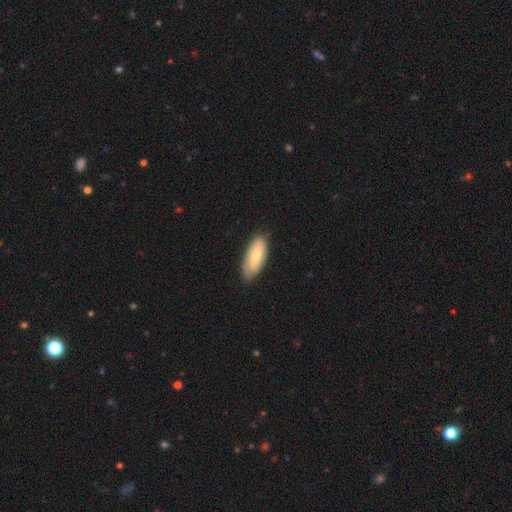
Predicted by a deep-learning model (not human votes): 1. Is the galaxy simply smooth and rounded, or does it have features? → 66% smooth, 29% featured or disk, 5% star or artifact.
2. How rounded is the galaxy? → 84% in between, 14% cigar-shaped, 2% round.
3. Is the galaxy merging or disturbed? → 77% none, 19% minor disturbance, 3% major disturbance, 1% merger.